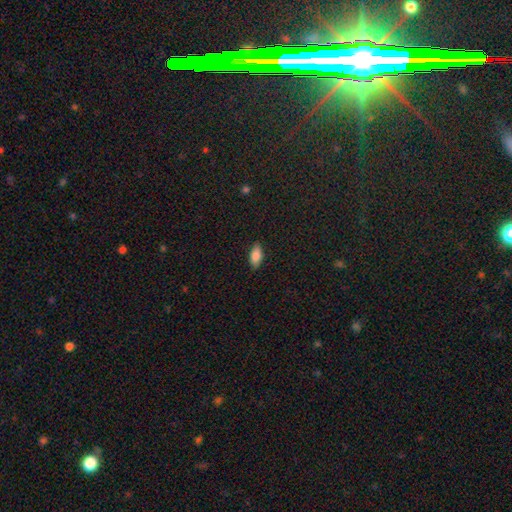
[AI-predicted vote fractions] Smooth or featured? Predicted: smooth (p=0.85). How rounded? Predicted: in between (p=0.86). Merging? Predicted: none (p=0.87).